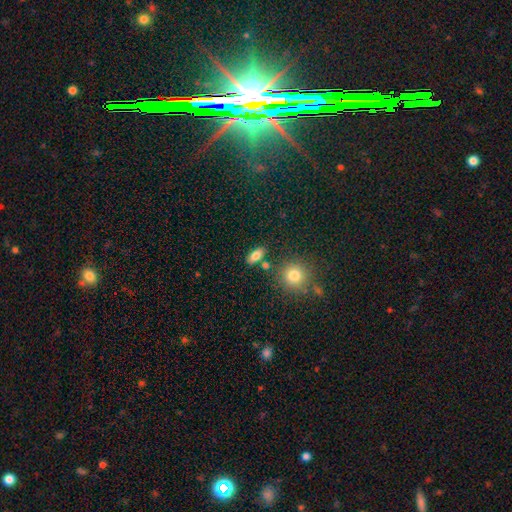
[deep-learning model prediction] Q: Smooth or featured?
A: smooth (81%); runner-up: featured or disk (10%)
Q: How rounded?
A: in between (80%); runner-up: cigar-shaped (12%)
Q: Merging?
A: none (78%); runner-up: minor disturbance (10%)